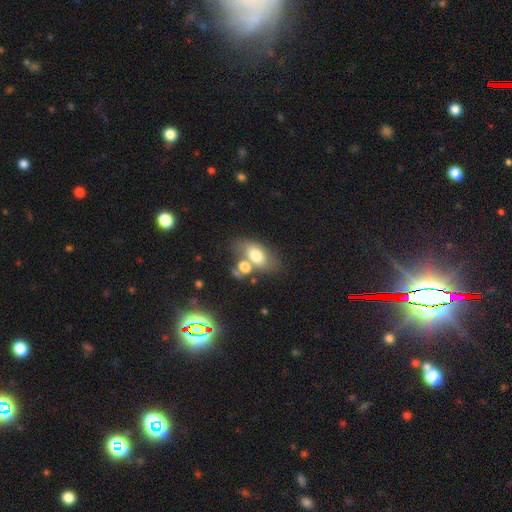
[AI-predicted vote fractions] Overall: smooth (70%). How rounded: in between (86%). Merging: none (49%; merger 32%).